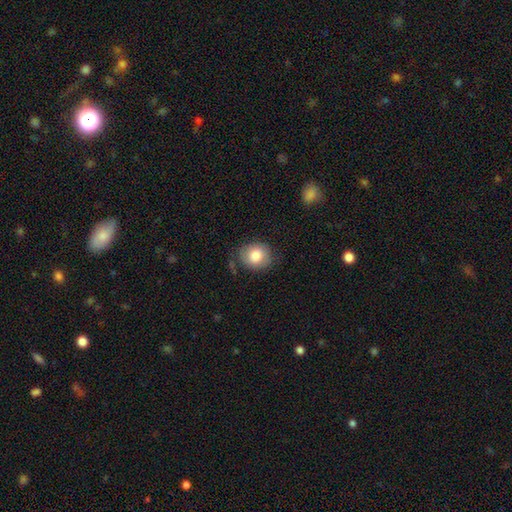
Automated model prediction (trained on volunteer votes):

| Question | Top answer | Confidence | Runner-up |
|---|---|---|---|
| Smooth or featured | smooth | 81% | featured or disk (11%) |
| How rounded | round | 73% | in between (26%) |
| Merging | none | 76% | minor disturbance (17%) |